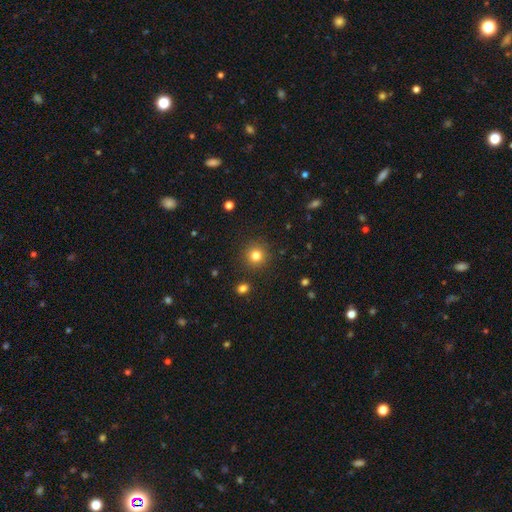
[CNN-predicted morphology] This is clearly a smooth galaxy (80%). How rounded: clearly round (94%). Merging: clearly none (90%).